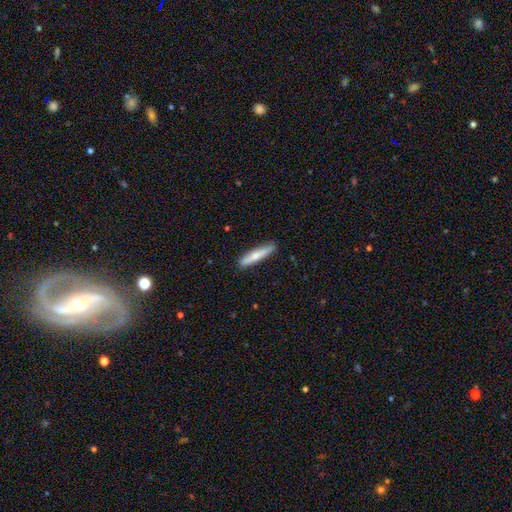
Smooth or featured: smooth — 58% (featured or disk — 39%)
How rounded: cigar-shaped — 91% (round — 5%)
Merging: none — 84% (minor disturbance — 8%)